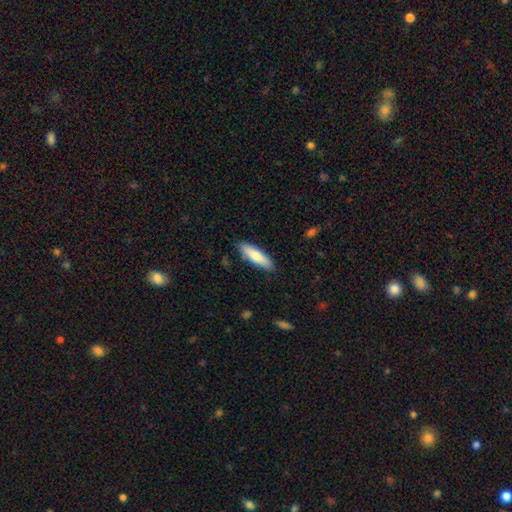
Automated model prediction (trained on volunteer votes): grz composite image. It shows a smooth galaxy with no disk features (78%) that is cigar-shaped (60%). Merging: none (88%).